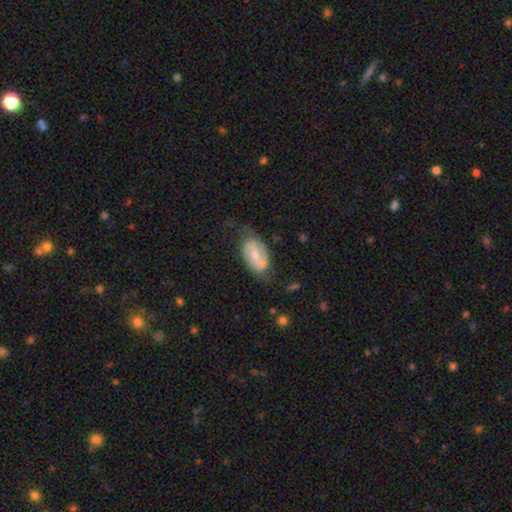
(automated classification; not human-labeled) A featured or disk galaxy (65%) with a weak bar (47%), 2 (80%) medium (43%) spiral arms (82%) and a moderate central bulge (55%).

Vote fractions:
- Smooth or featured? featured or disk: 65% / smooth: 29% / star or artifact: 6%
- Edge-on disk? no: 95% / yes: 5%
- Bar? weak: 47% / no: 30% / strong: 23%
- Spiral arms? yes: 82% / no: 18%
- Spiral winding? medium: 43% / loose: 32% / tight: 25%
- Spiral arm count? 2: 80% / can't tell: 12% / 1: 5% / 3: 1% / 4: 1% / more than 4: 1%
- Bulge size? moderate: 55% / small: 39% / large: 3% / none: 2% / dominant: 1%
- Merging? none: 55% / minor disturbance: 28% / major disturbance: 14% / merger: 3%